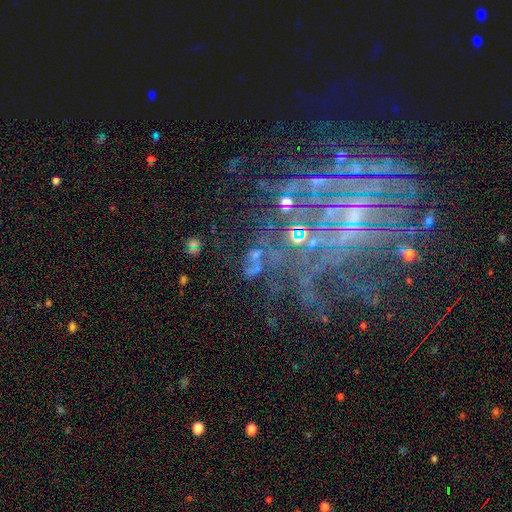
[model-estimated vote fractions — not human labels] A star or artifact, not a galaxy (44%).

Vote fractions:
- Smooth or featured? star or artifact: 44% / featured or disk: 35% / smooth: 22%